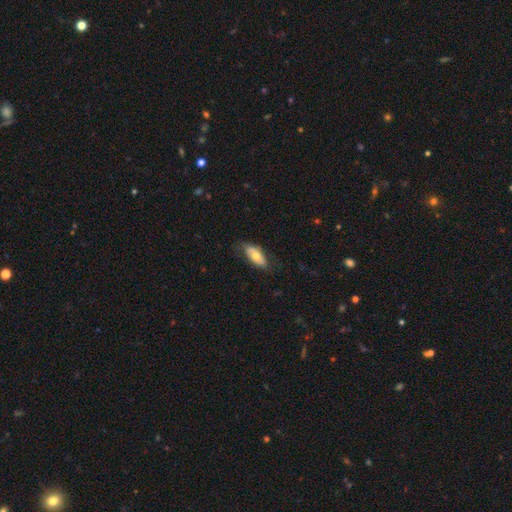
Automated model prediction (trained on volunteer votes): smooth 60%, featured or disk 34%, star or artifact 6%. Down the decision tree: how rounded — in between (86%); merging — none (70%).